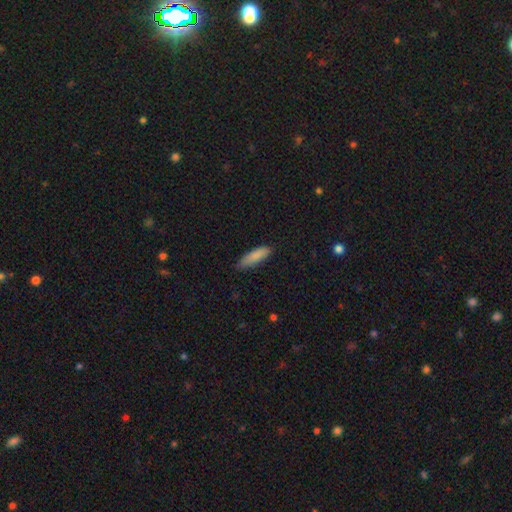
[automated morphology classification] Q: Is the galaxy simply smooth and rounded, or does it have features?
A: smooth — 87%.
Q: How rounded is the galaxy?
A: cigar-shaped — 53%.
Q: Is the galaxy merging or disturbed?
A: none — 77%.